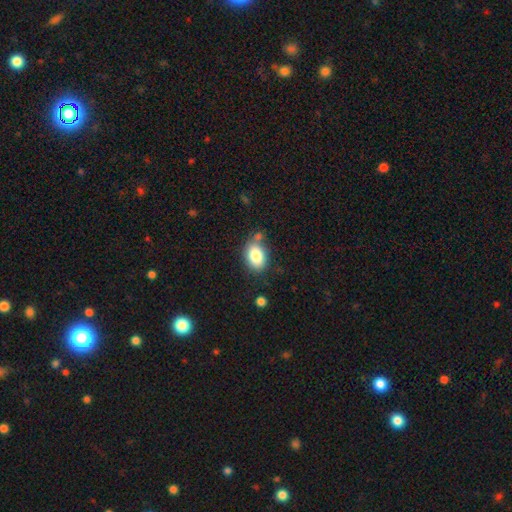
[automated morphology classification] The model was most divided on "merging": none: 69%, minor disturbance: 18%, merger: 9%, major disturbance: 5%. More confident: smooth or featured — smooth (83%); how rounded — in between (79%).